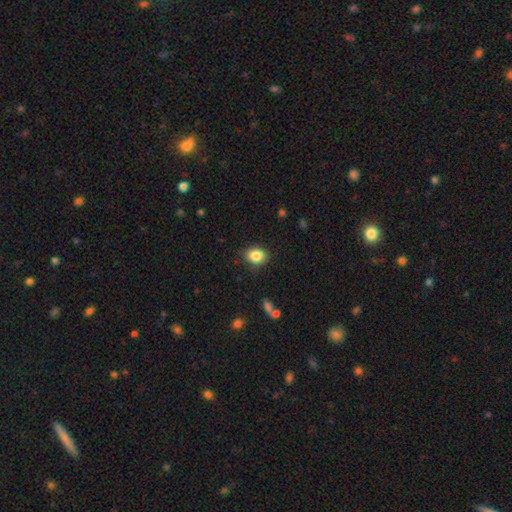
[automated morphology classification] This appears to be a smooth galaxy with no disk features (86%) that is in between round and cigar-shaped (56%). Merging: none (83%).